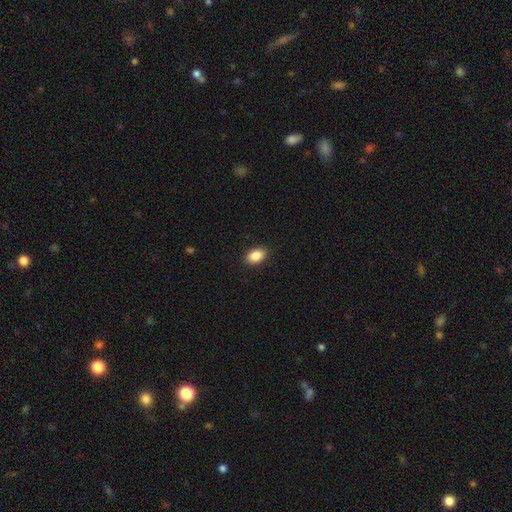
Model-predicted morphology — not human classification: smooth 88%, star or artifact 8%, featured or disk 5%. Down the decision tree: how rounded — in between (89%); merging — none (90%).